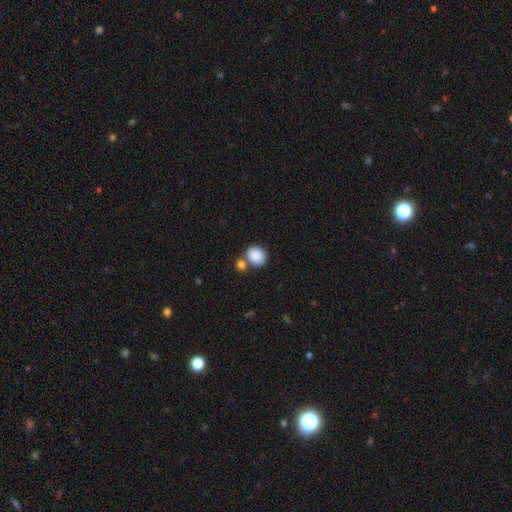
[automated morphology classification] smooth_or_featured: smooth (p=0.88) [alt: star or artifact p=0.08]
how_rounded: round (p=0.62) [alt: in between p=0.37]
merging: none (p=0.62) [alt: merger p=0.24]